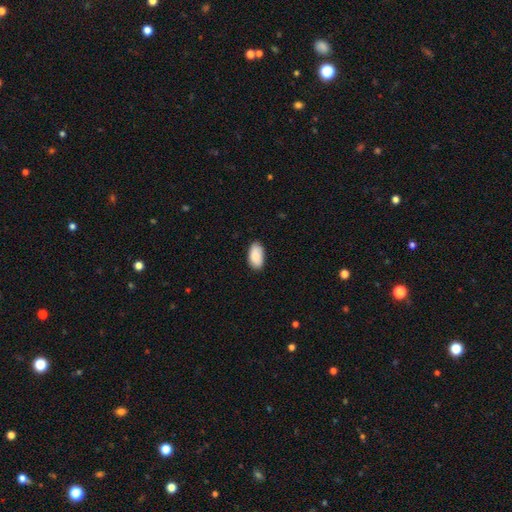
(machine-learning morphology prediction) A smooth galaxy with no disk features (88%) that is in between round and cigar-shaped (95%).

Vote fractions:
- Smooth or featured? smooth: 88% / star or artifact: 6% / featured or disk: 6%
- How rounded? in between: 95% / round: 3% / cigar-shaped: 2%
- Merging? none: 83% / minor disturbance: 14% / major disturbance: 2% / merger: 1%